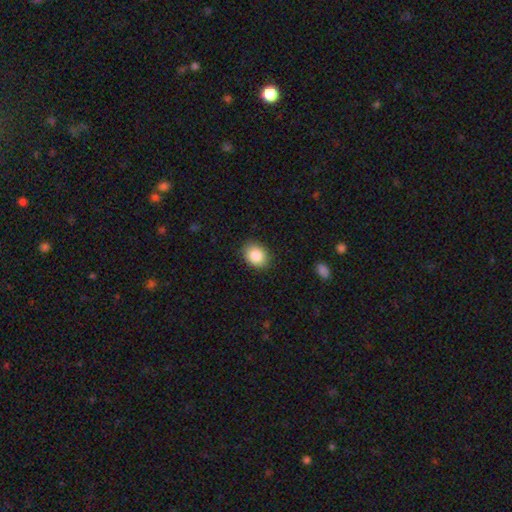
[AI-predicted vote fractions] Smooth or featured?
  - smooth: 86% *
  - star or artifact: 8%
  - featured or disk: 6%
How rounded?
  - in between: 55% *
  - round: 44%
  - cigar-shaped: 1%
Merging?
  - none: 88% *
  - minor disturbance: 9%
  - major disturbance: 2%
  - merger: 1%